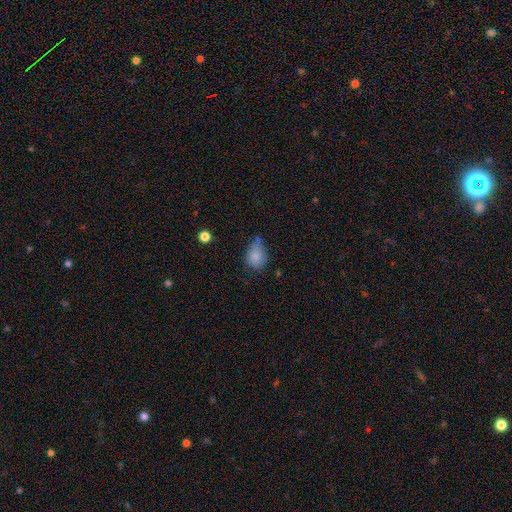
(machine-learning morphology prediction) type=smooth (82%); roundness=in between (61%); merging=none (51%).